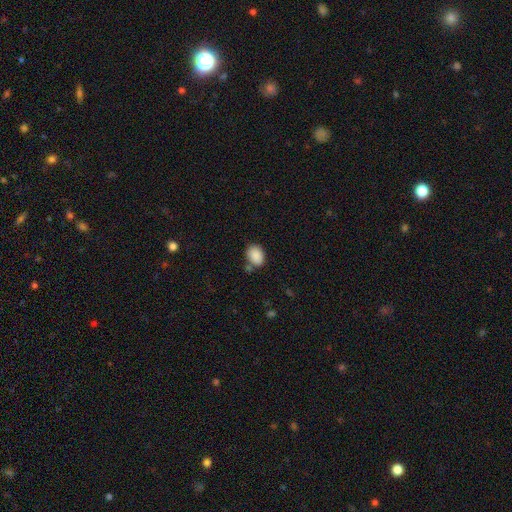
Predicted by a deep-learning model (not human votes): Q: Smooth or featured?
A: smooth (88%); runner-up: star or artifact (8%)
Q: How rounded?
A: in between (68%); runner-up: round (31%)
Q: Merging?
A: none (68%); runner-up: minor disturbance (18%)